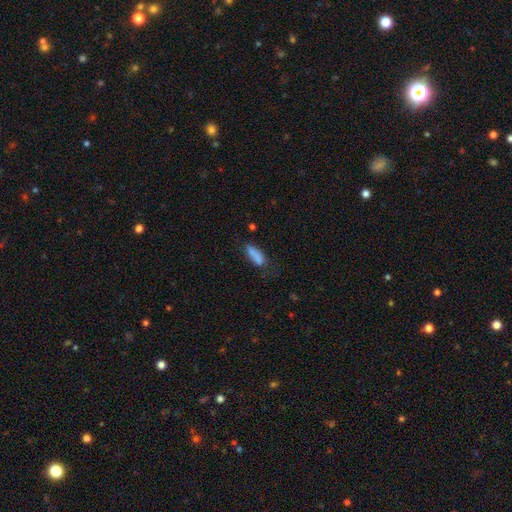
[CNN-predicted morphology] type=smooth (80%); roundness=in between (52%); merging=none (54%).